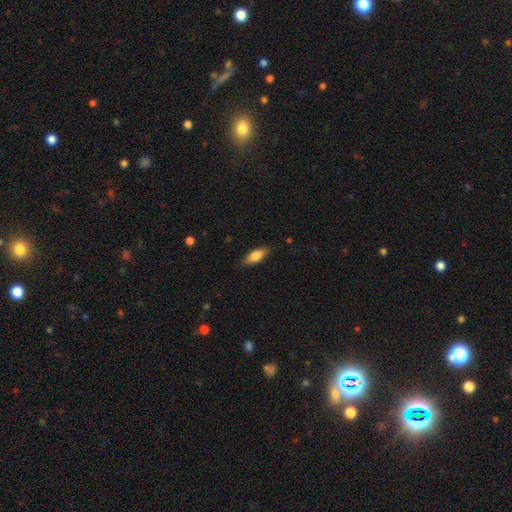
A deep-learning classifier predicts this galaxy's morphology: Smooth or featured? Predicted: smooth (p=0.78). How rounded? Predicted: in between (p=0.73). Merging? Predicted: none (p=0.84).